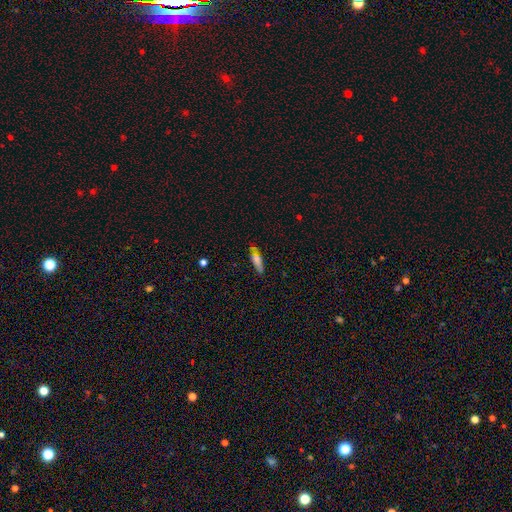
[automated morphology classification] Q: Smooth or featured?
A: smooth (47%); runner-up: featured or disk (39%)
Q: Merging?
A: none (81%); runner-up: minor disturbance (13%)